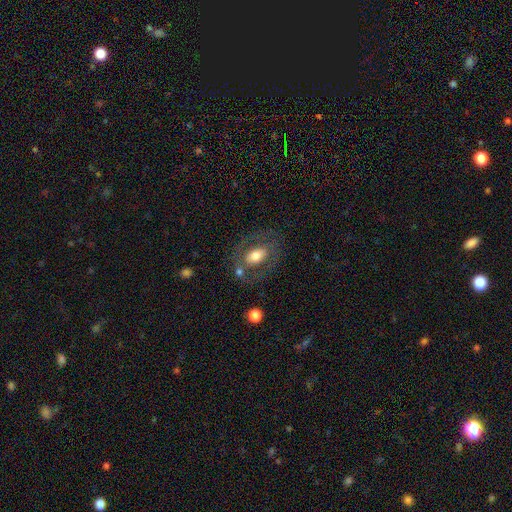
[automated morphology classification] The model was most divided on "smooth or featured": smooth: 51%, featured or disk: 41%, star or artifact: 8%. More confident: how rounded — in between (83%); merging — none (67%).